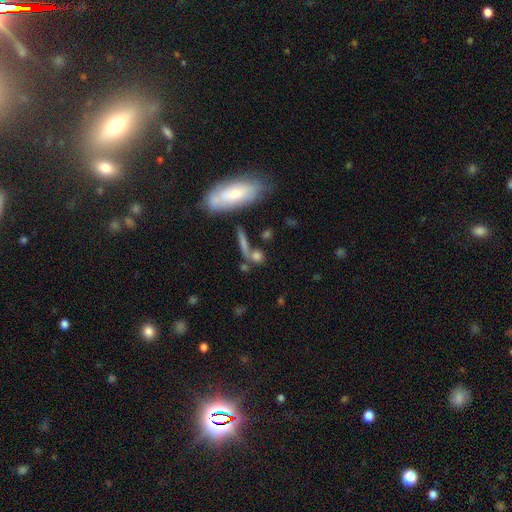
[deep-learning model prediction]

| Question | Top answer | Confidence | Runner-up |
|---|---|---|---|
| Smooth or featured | smooth | 48% | featured or disk (30%) |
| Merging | none | 63% | minor disturbance (16%) |